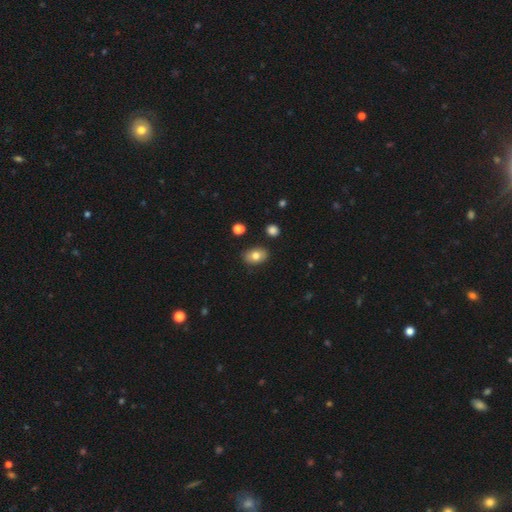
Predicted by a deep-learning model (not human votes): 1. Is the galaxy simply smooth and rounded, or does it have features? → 79% smooth, 12% featured or disk, 9% star or artifact.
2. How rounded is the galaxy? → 82% in between, 17% round, 1% cigar-shaped.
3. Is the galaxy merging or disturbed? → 85% none, 10% minor disturbance, 2% merger, 2% major disturbance.